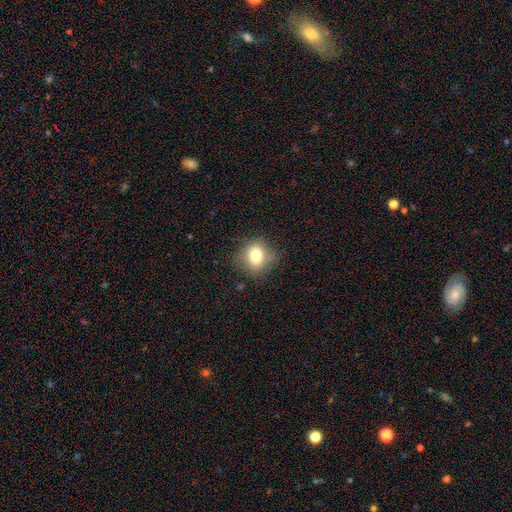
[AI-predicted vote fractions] A smooth galaxy with no disk features (76%) that is round (66%). Merging: none (77%).